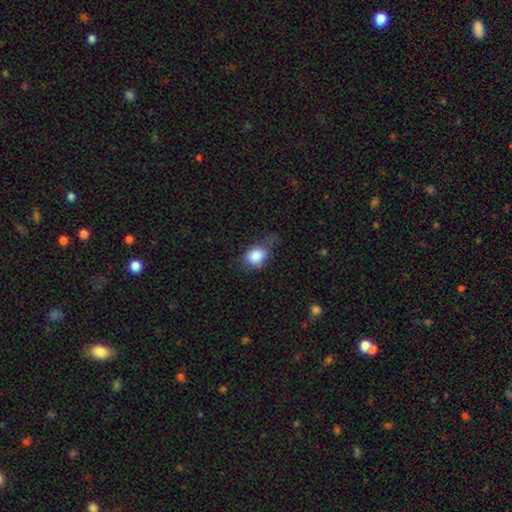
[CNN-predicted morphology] The model was most divided on "merging": none: 41%, minor disturbance: 38%, major disturbance: 18%, merger: 3%. More confident: smooth or featured — smooth (84%); how rounded — in between (55%).